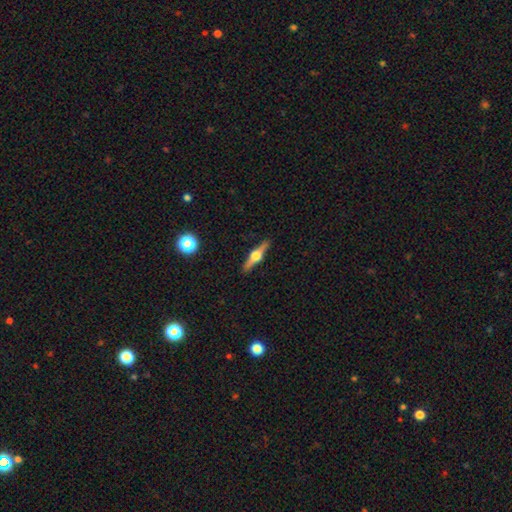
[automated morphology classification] Smooth or featured: featured or disk — 75% (smooth — 19%)
Edge-on disk: yes — 97% (no — 3%)
Edge-on bulge: rounded — 96% (boxy — 3%)
Merging: none — 91% (minor disturbance — 6%)